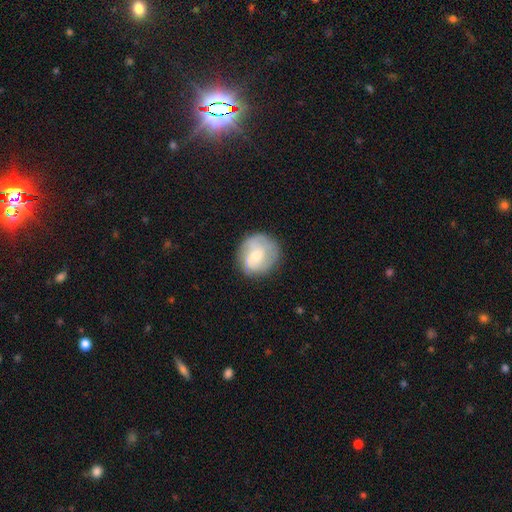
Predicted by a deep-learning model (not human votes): smooth 49%, featured or disk 44%, star or artifact 7%. Down the decision tree: merging — none (72%).